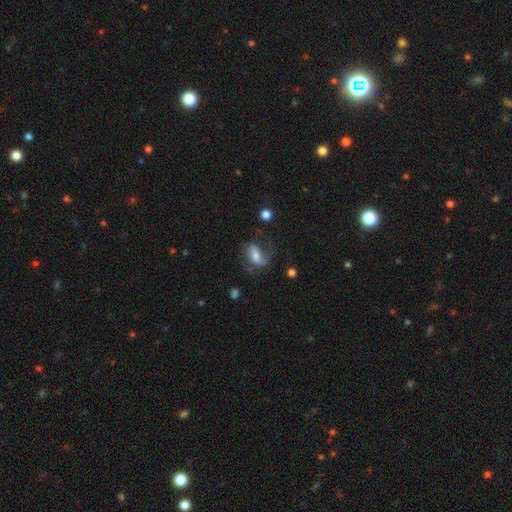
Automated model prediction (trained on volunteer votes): Smooth or featured? Predicted: featured or disk (p=0.49). Merging? Predicted: none (p=0.43).